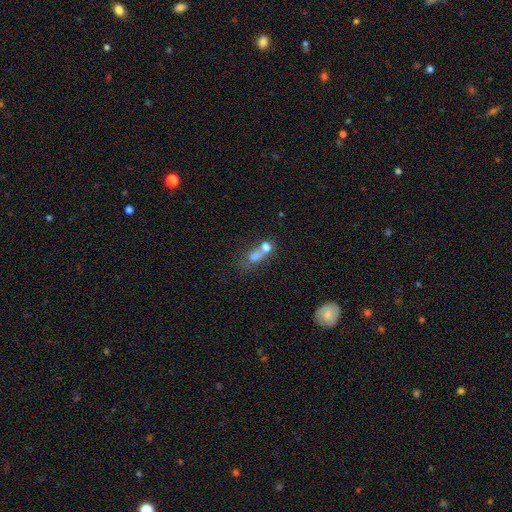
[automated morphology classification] Q: Smooth or featured?
A: smooth (63%); runner-up: featured or disk (19%)
Q: How rounded?
A: in between (48%); runner-up: round (45%)
Q: Merging?
A: merger (50%); runner-up: none (32%)